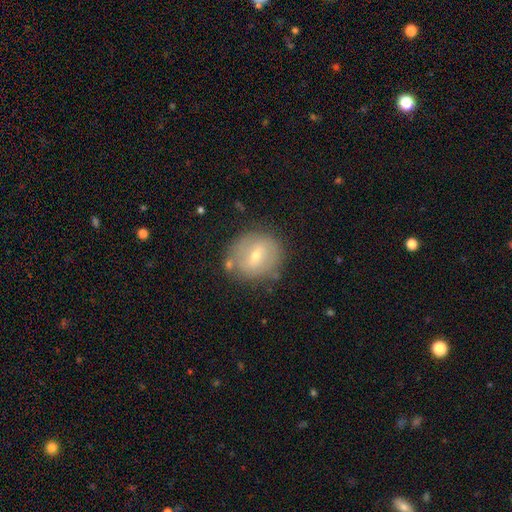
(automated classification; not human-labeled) A smooth galaxy with no disk features (46%).

Vote fractions:
- Smooth or featured? smooth: 46% / featured or disk: 45% / star or artifact: 9%
- Merging? none: 76% / minor disturbance: 15% / major disturbance: 5% / merger: 4%